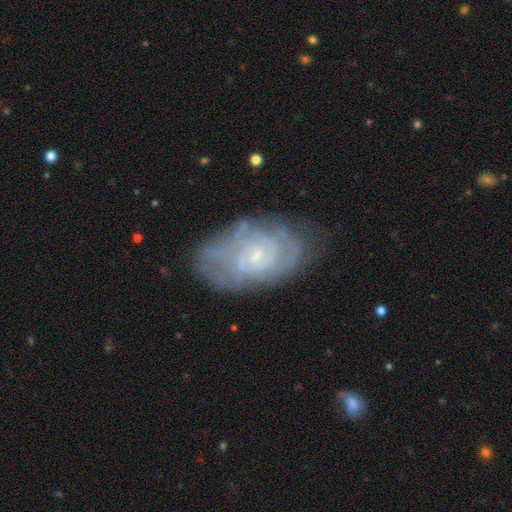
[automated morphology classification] A featured or disk galaxy (77%) with no bar (64%), tight (68%) spiral arms (85%) and a small central bulge (75%). Merging: none (67%).